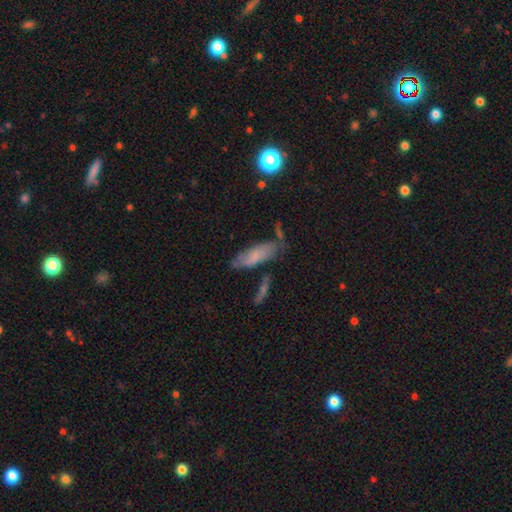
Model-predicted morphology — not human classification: Smooth or featured? smooth (68%)
How rounded? in between (56%)
Merging? none (58%)